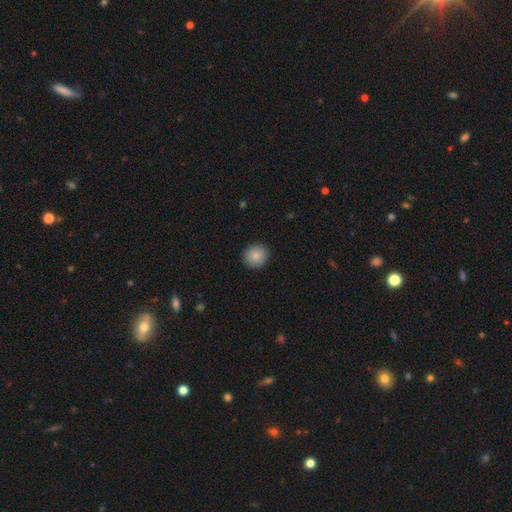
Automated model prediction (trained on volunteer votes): A smooth galaxy with no disk features (86%) that is round (87%). Merging: none (91%).